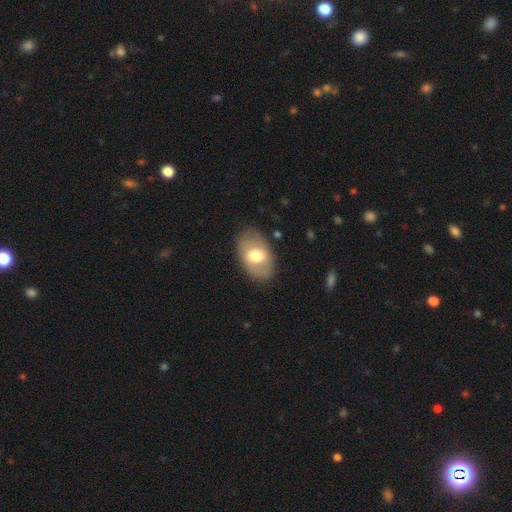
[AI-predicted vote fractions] Morphology: type=smooth (59%); roundness=in between (88%); merging=none (80%).